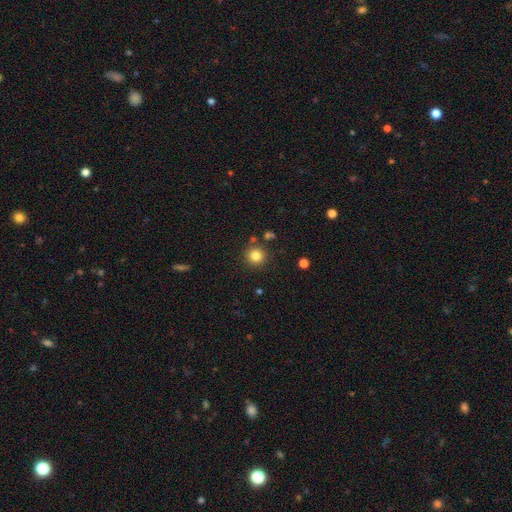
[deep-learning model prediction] A smooth galaxy with no disk features (82%) that is round (94%). Merging: none (87%).